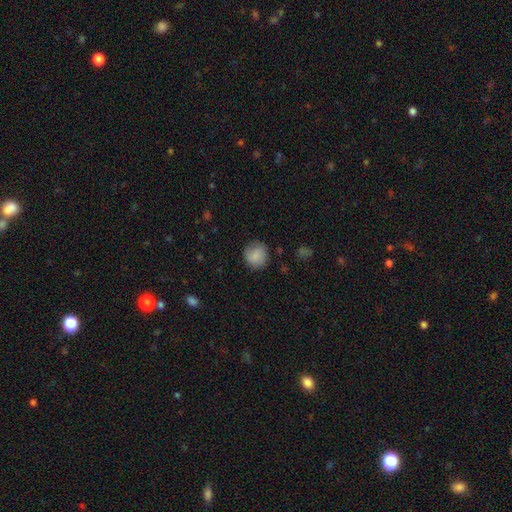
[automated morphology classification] Smooth or featured? smooth (85%)
How rounded? round (87%)
Merging? none (79%)